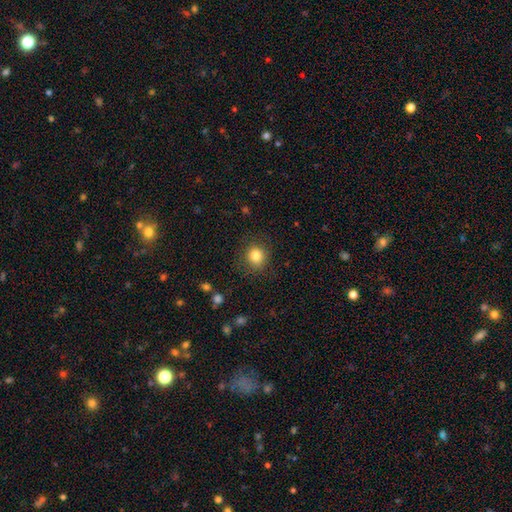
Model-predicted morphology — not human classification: type=smooth (82%); roundness=round (88%); merging=none (86%).